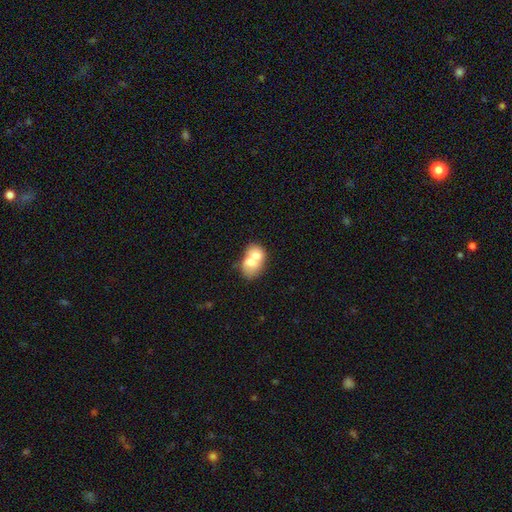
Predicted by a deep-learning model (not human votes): Smooth or featured? Predicted: smooth (p=0.64). How rounded? Predicted: in between (p=0.63). Merging? Predicted: merger (p=0.70).